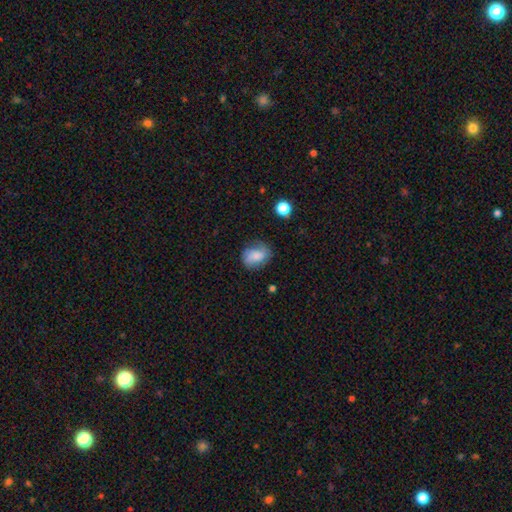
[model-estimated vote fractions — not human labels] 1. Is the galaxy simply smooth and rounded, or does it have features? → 68% smooth, 23% featured or disk, 9% star or artifact.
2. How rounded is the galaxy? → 64% in between, 35% round, 1% cigar-shaped.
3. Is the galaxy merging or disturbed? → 62% none, 26% minor disturbance, 10% major disturbance, 2% merger.